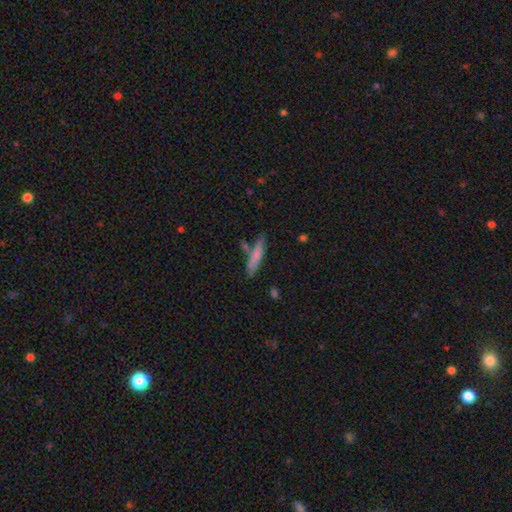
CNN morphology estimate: The model was most divided on "smooth or featured": smooth: 74%, featured or disk: 20%, star or artifact: 6%. More confident: how rounded — cigar-shaped (84%); merging — none (70%).